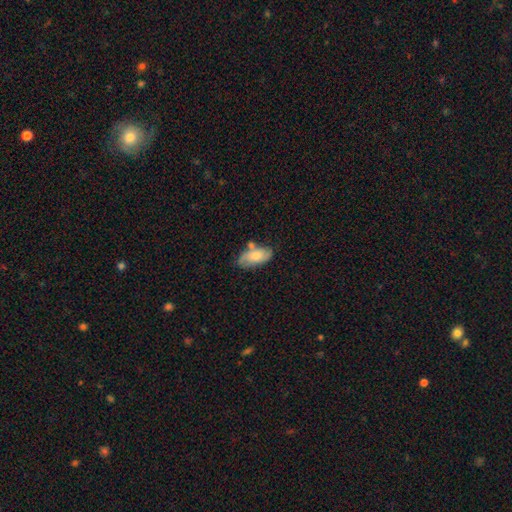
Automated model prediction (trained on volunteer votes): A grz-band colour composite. It shows a smooth galaxy with no disk features (73%) that is in between round and cigar-shaped (91%). Merging: none (55%).